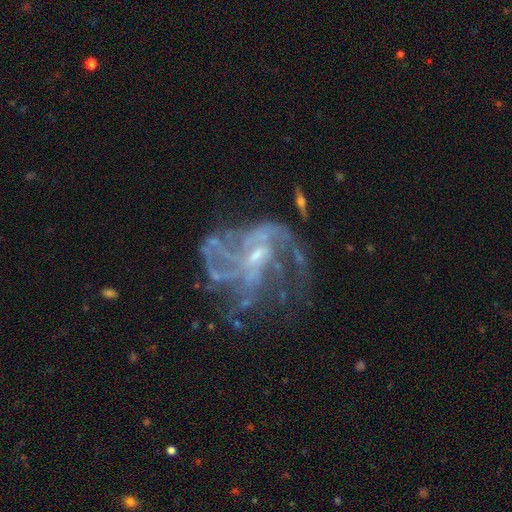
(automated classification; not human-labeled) smooth-or-featured: featured or disk: 82% | star or artifact: 12% | smooth: 6%
  disk-edge-on: no: 98% | yes: 2%
    bar: no: 48% | weak: 41% | strong: 11%
    has-spiral-arms: yes: 86% | no: 14%
      spiral-winding: medium: 43% | loose: 33% | tight: 23%
      spiral-arm-count: can't tell: 30% | 4: 21% | 3: 19% | 2: 12% | more than 4: 10% | 1: 8%
    bulge-size: small: 65% | moderate: 21% | none: 11% | large: 1% | dominant: 1%
  merging: none: 47% | major disturbance: 33% | minor disturbance: 17% | merger: 4%